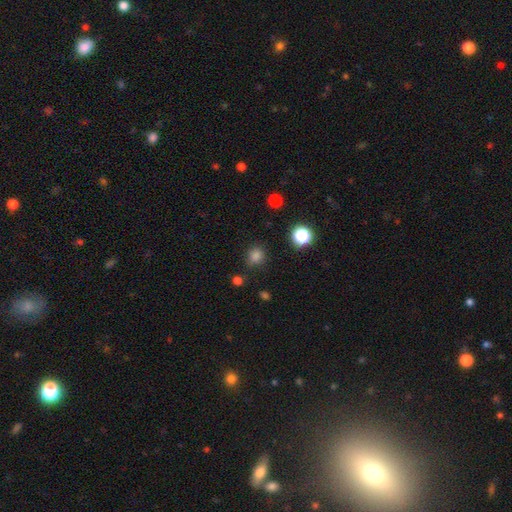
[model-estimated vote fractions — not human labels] Smooth or featured?
  - smooth: 79% *
  - star or artifact: 17%
  - featured or disk: 4%
How rounded?
  - round: 80% *
  - in between: 19%
  - cigar-shaped: 1%
Merging?
  - none: 79% *
  - minor disturbance: 14%
  - major disturbance: 4%
  - merger: 3%